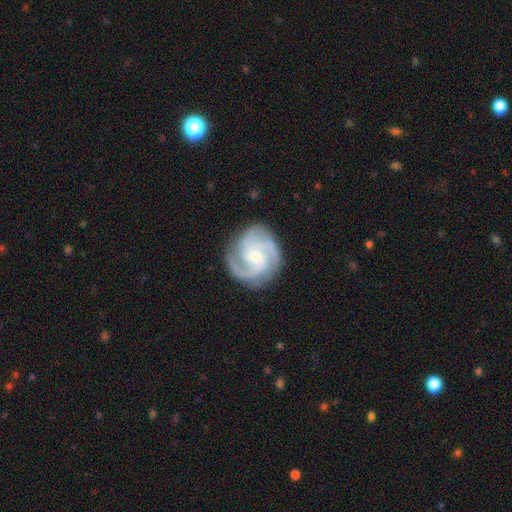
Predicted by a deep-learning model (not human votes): featured or disk 89%, smooth 7%, star or artifact 4%. Down the decision tree: edge-on disk — no (98%); bar — no (52%); spiral arms — yes (98%); spiral arm count — 3 (42%); spiral winding — medium (50%); bulge size — small (56%); merging — none (80%).